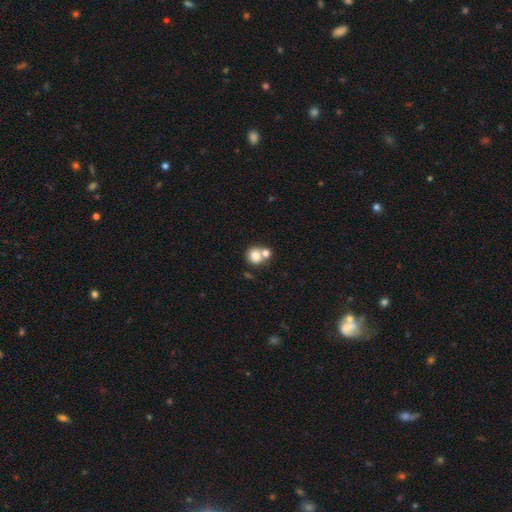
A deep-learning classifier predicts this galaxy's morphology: Smooth or featured?
  - smooth: 79% *
  - featured or disk: 11%
  - star or artifact: 10%
How rounded?
  - round: 81% *
  - in between: 18%
  - cigar-shaped: 1%
Merging?
  - merger: 44% * (tied)
  - none: 44% * (tied)
  - minor disturbance: 8%
  - major disturbance: 4%